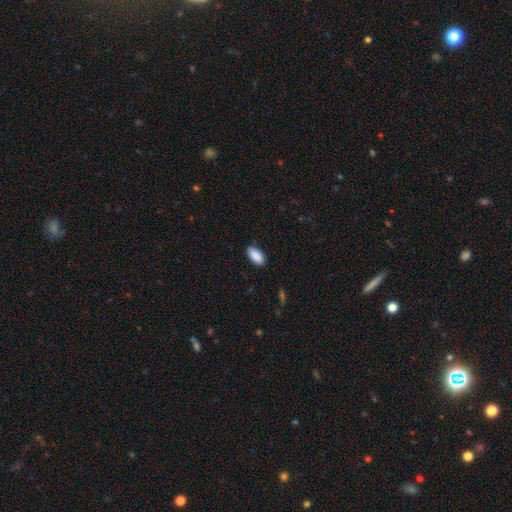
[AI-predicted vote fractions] A smooth galaxy with no disk features (90%) that is in between round and cigar-shaped (93%). Merging: none (84%).